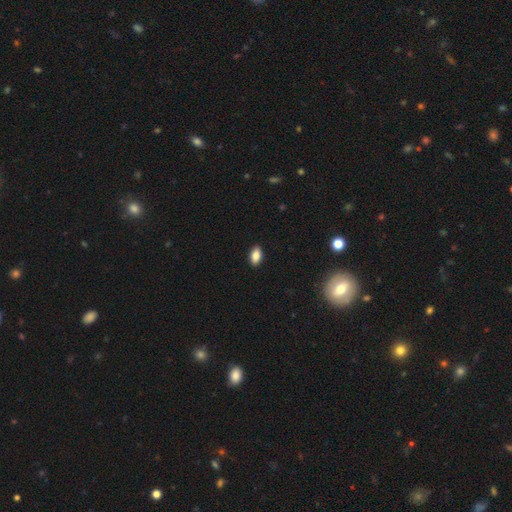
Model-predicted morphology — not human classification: Q: Smooth or featured?
A: smooth (84%); runner-up: star or artifact (8%)
Q: How rounded?
A: in between (91%); runner-up: round (5%)
Q: Merging?
A: none (90%); runner-up: minor disturbance (7%)